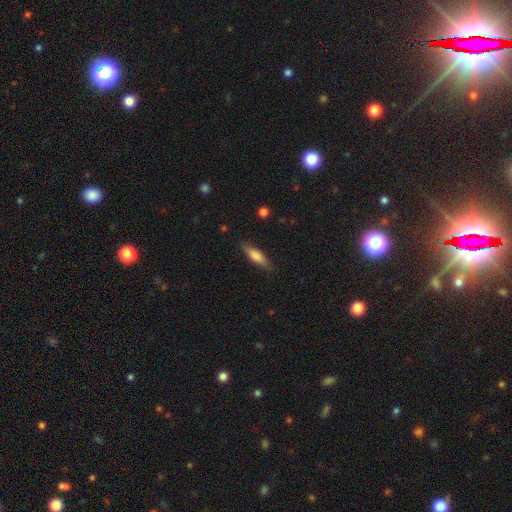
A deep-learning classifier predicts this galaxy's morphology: This is likely a smooth galaxy (71%). How rounded: possibly cigar-shaped (55%). Merging: clearly none (83%).